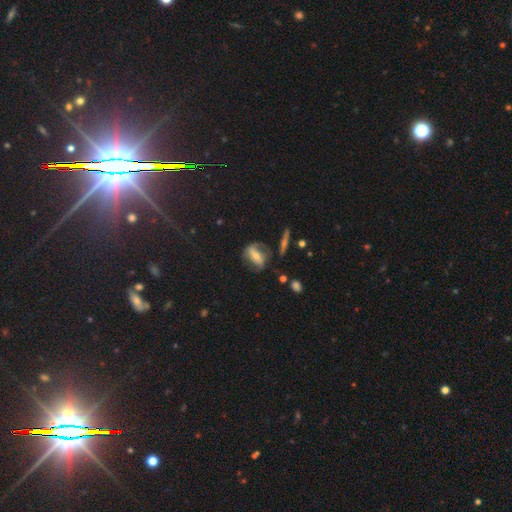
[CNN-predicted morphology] featured or disk 47%, smooth 42%, star or artifact 11%. Down the decision tree: merging — none (57%).